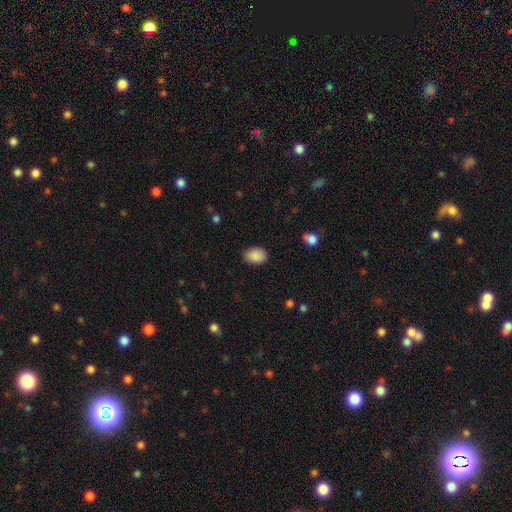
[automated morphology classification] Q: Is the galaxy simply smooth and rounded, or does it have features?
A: smooth — 89%.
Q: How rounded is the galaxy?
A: in between — 77%.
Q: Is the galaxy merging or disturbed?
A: none — 84%.